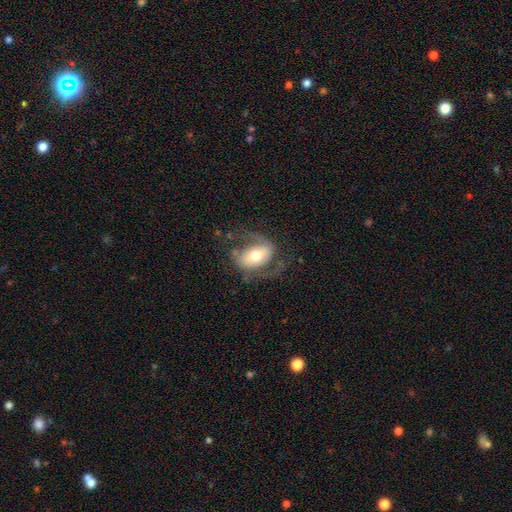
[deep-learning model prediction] This appears to be a featured or disk galaxy (68%) with no bar (34%), 2 (84%) medium (48%) spiral arms (81%) and a moderate central bulge (66%). Merging: none (59%).